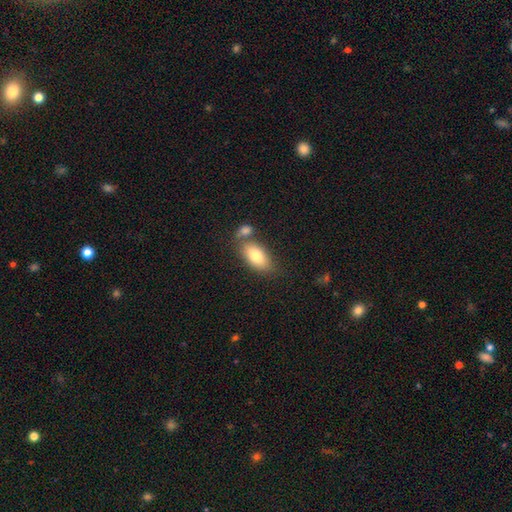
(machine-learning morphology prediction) A smooth galaxy with no disk features (79%) that is in between round and cigar-shaped (90%). Merging: none (58%).